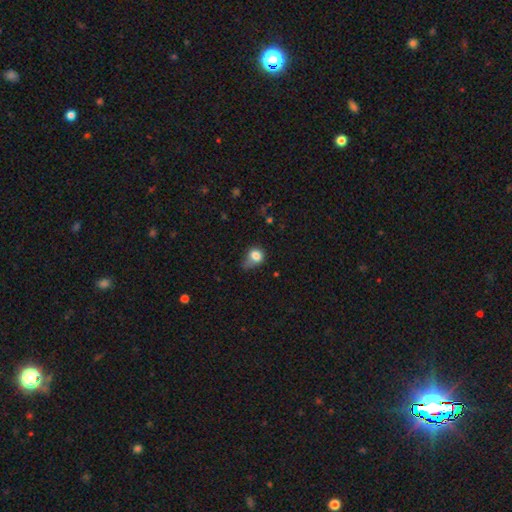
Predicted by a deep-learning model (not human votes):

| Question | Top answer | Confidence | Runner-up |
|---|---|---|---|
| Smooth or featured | smooth | 80% | star or artifact (10%) |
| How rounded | round | 61% | in between (37%) |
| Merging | minor disturbance | 41% | none (30%) |